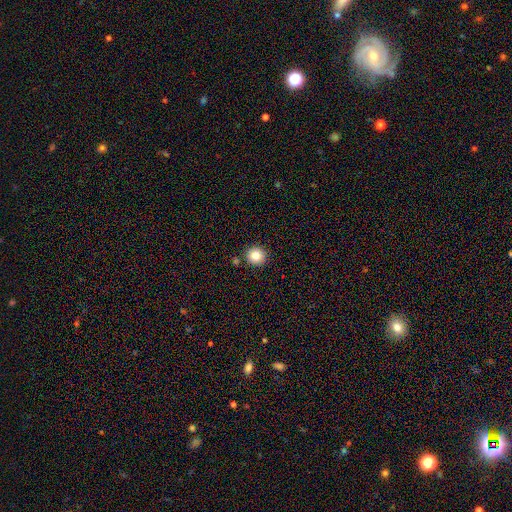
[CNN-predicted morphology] Smooth or featured?
  - smooth: 83% *
  - star or artifact: 11%
  - featured or disk: 6%
How rounded?
  - round: 94% *
  - in between: 5%
  - cigar-shaped: 1%
Merging?
  - none: 86% *
  - minor disturbance: 7%
  - merger: 5%
  - major disturbance: 2%